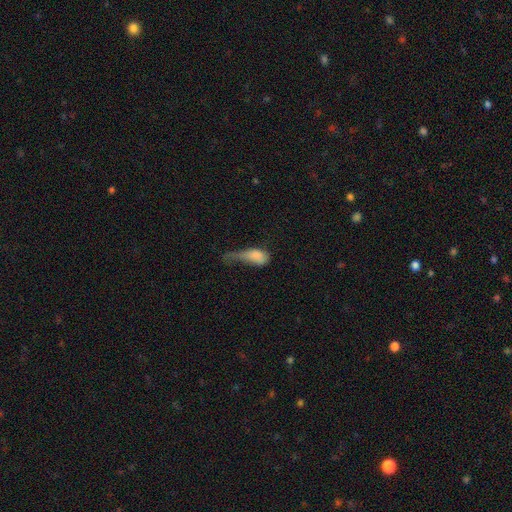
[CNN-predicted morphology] Smooth or featured? smooth (72%)
How rounded? in between (80%)
Merging? major disturbance (60%)